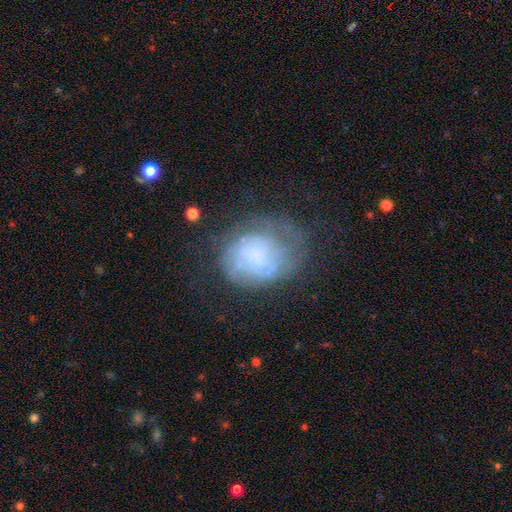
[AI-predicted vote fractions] smooth-or-featured: featured or disk: 57% | smooth: 33% | star or artifact: 10%
  disk-edge-on: no: 98% | yes: 2%
    bar: no: 71% | weak: 24% | strong: 5%
    has-spiral-arms: yes: 58% | no: 42%
    bulge-size: small: 34% (tied) | none: 34% (tied) | moderate: 21% | large: 9% | dominant: 2%
  merging: none: 49% | minor disturbance: 25% | major disturbance: 24% | merger: 3%